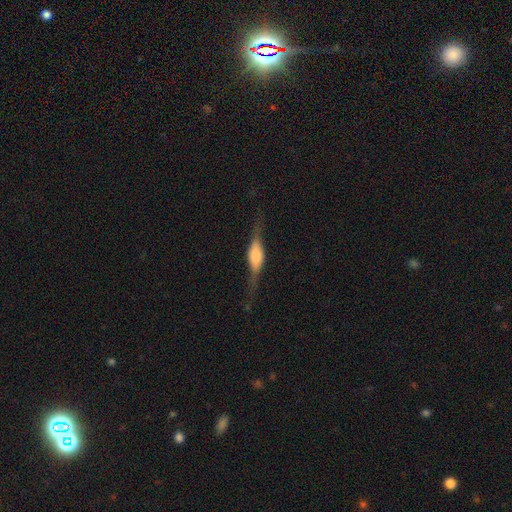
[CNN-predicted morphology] This is likely a featured or disk galaxy (63%). It is clearly viewed edge-on (94%). Edge-on bulge: likely rounded (65%). Merging: likely none (70%).